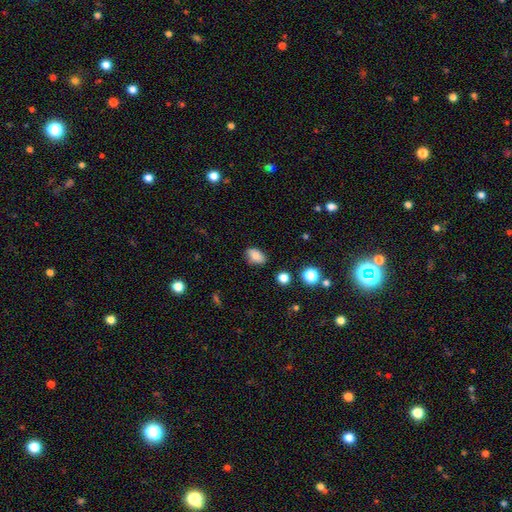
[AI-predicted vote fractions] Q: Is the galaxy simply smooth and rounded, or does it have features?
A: smooth — 84%.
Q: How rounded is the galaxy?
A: in between — 86%.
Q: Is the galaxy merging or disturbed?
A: none — 78%.